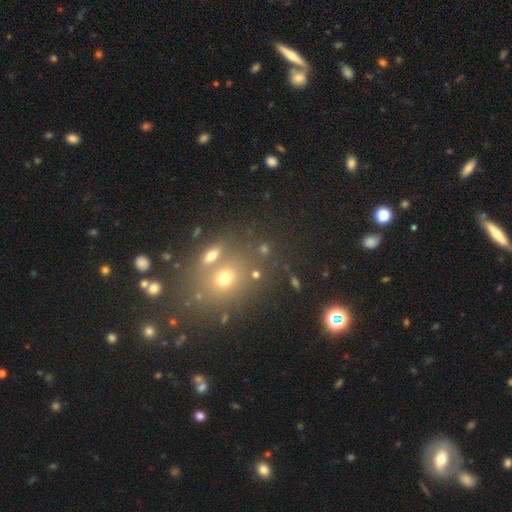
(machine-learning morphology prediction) This appears to be a smooth galaxy with no disk features (45%). Merging: none (69%).